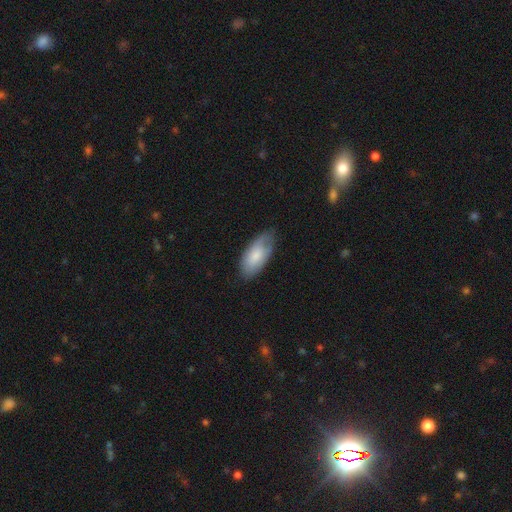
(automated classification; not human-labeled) Smooth or featured: smooth — 72% (featured or disk — 22%)
How rounded: in between — 92% (cigar-shaped — 7%)
Merging: none — 68% (minor disturbance — 26%)